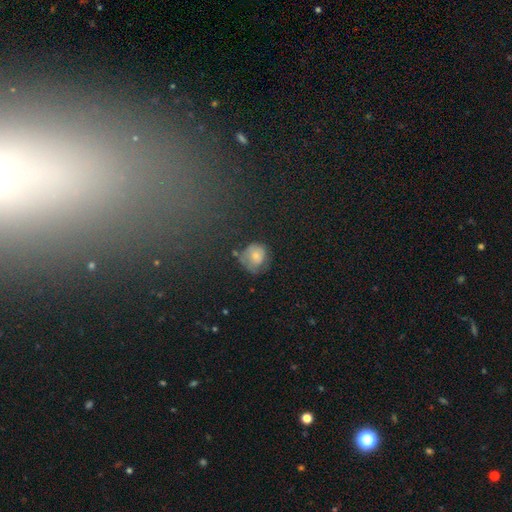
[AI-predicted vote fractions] This appears to be a smooth galaxy with no disk features (64%) that is round (76%). Merging: none (47%).